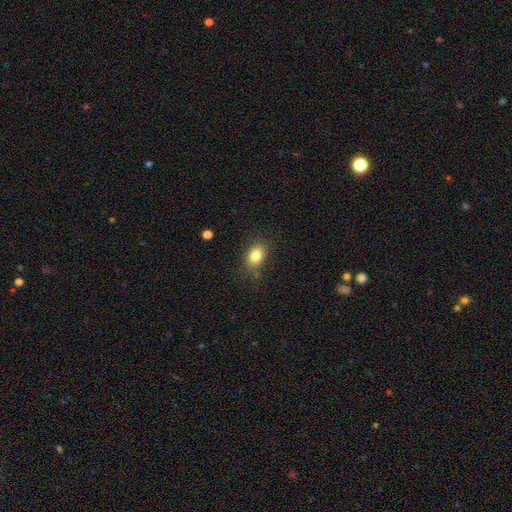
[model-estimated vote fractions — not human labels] Morphology: type=smooth (83%); roundness=in between (82%); merging=none (79%).